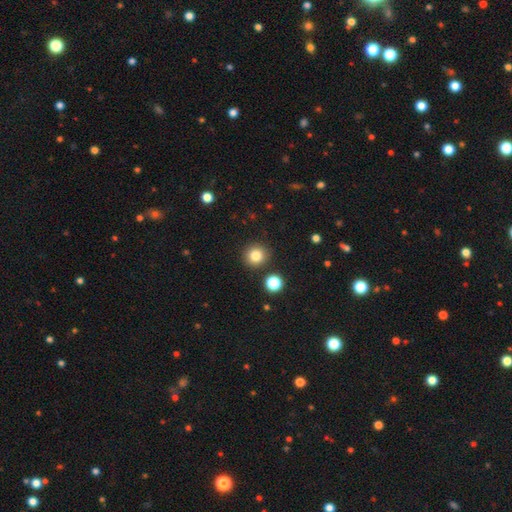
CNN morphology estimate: smooth 82%, star or artifact 12%, featured or disk 6%. Down the decision tree: how rounded — round (92%); merging — none (88%).